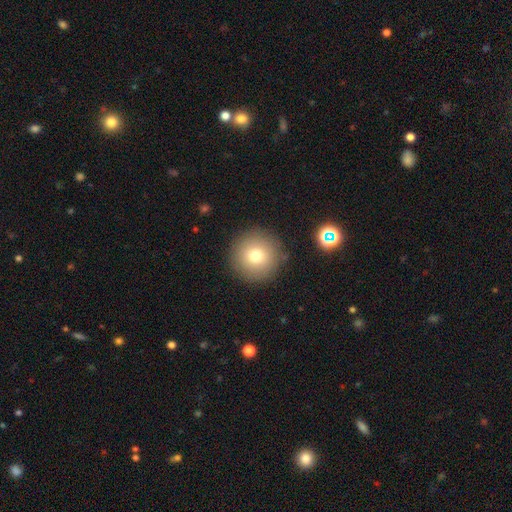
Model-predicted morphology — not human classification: Overall: smooth (76%). How rounded: round (96%). Merging: none (89%).